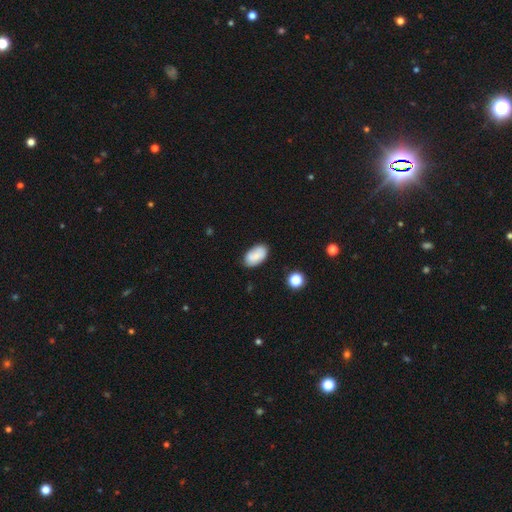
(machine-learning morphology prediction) Smooth or featured? Predicted: smooth (p=0.76). How rounded? Predicted: in between (p=0.93). Merging? Predicted: none (p=0.75).